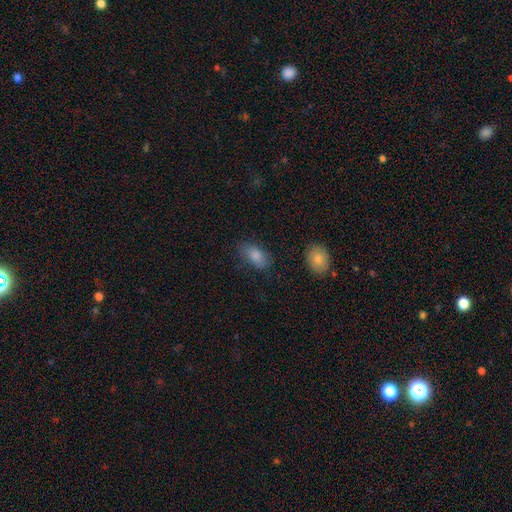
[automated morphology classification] smooth-or-featured: smooth: 83% | featured or disk: 9% | star or artifact: 8%
  how-rounded: in between: 91% | cigar-shaped: 4% | round: 4%
  merging: none: 74% | minor disturbance: 18% | major disturbance: 5% | merger: 2%